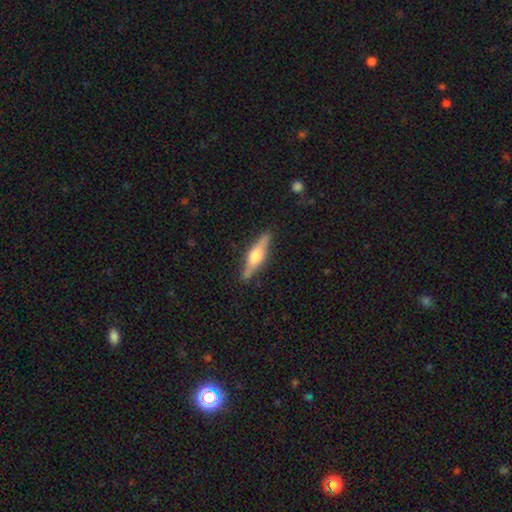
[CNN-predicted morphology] Smooth or featured: featured or disk — 59% (smooth — 35%)
Edge-on disk: yes — 95% (no — 5%)
Edge-on bulge: rounded — 90% (boxy — 7%)
Merging: none — 88% (minor disturbance — 9%)